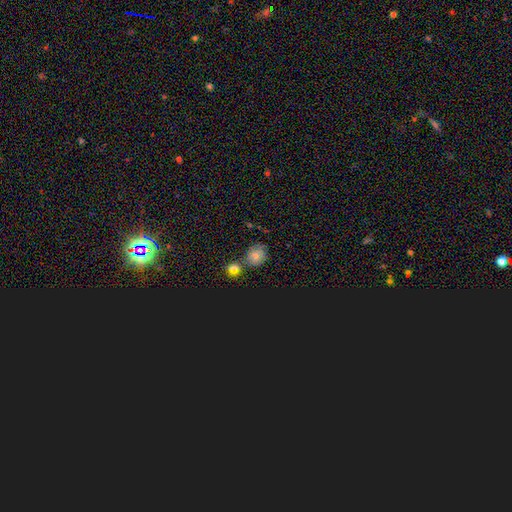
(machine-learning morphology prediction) This appears to be a smooth galaxy with no disk features (56%) that is round (73%). Merging: none (63%).